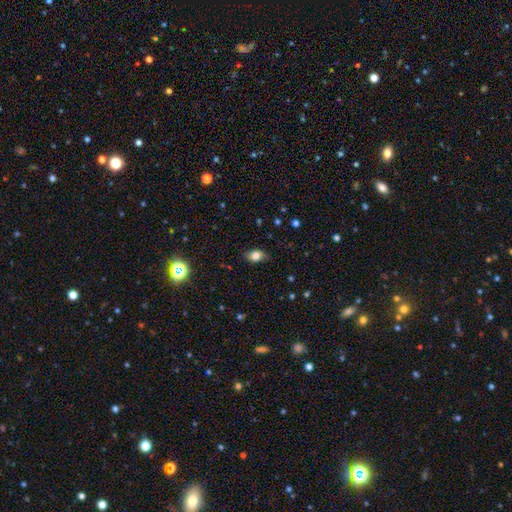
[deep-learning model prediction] smooth_or_featured: smooth (p=0.79) [alt: featured or disk p=0.11]
how_rounded: in between (p=0.79) [alt: round p=0.19]
merging: none (p=0.81) [alt: minor disturbance p=0.15]